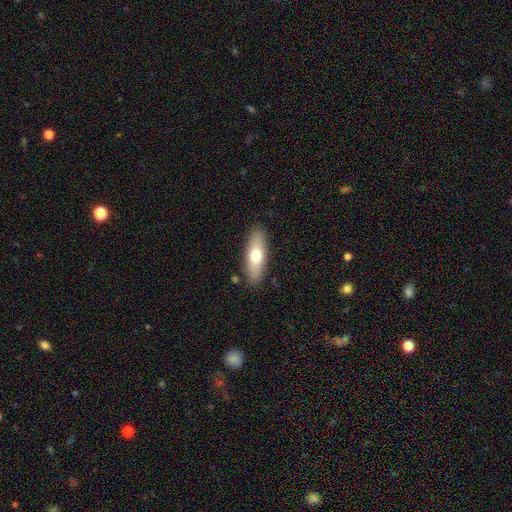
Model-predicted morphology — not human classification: Smooth or featured? Predicted: smooth (p=0.66). How rounded? Predicted: in between (p=0.58). Merging? Predicted: none (p=0.87).